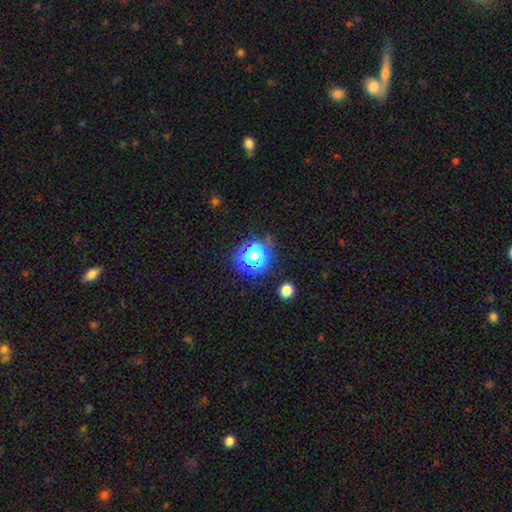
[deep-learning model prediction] A star or artifact, not a galaxy (45%).